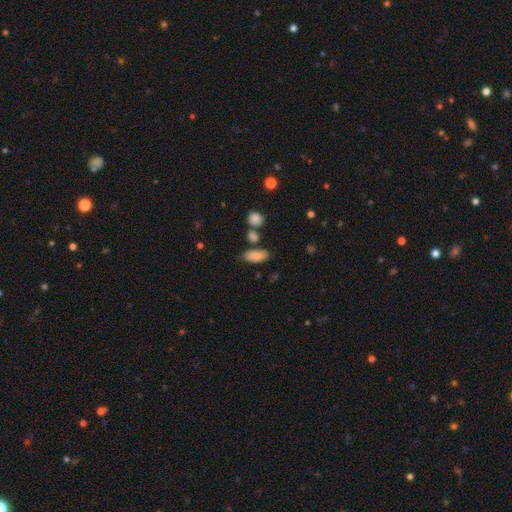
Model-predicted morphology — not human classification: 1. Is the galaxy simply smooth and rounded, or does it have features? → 83% smooth, 9% featured or disk, 8% star or artifact.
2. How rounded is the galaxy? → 87% in between, 9% cigar-shaped, 4% round.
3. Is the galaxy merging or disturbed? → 70% none, 16% minor disturbance, 10% merger, 4% major disturbance.